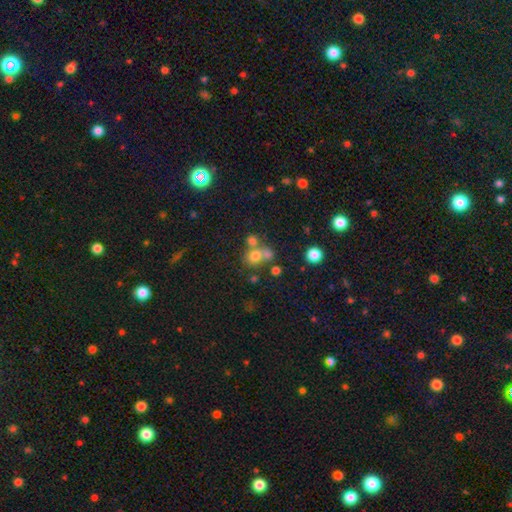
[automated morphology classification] Overall: smooth (69%). How rounded: round (79%). Merging: none (46%; merger 40%).